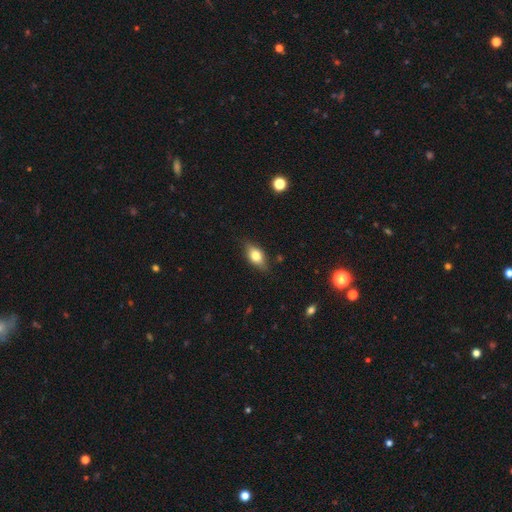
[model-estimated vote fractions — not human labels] Smooth or featured? smooth (70%)
How rounded? in between (83%)
Merging? none (81%)